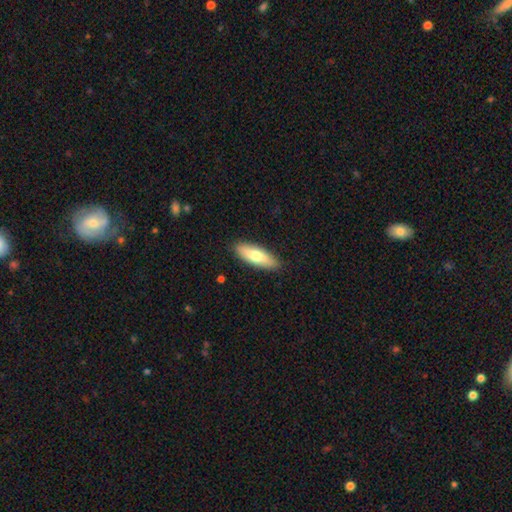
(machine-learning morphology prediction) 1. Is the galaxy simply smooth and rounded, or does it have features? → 69% smooth, 25% featured or disk, 6% star or artifact.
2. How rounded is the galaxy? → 59% in between, 39% cigar-shaped, 2% round.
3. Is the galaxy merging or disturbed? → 88% none, 9% minor disturbance, 2% major disturbance, 1% merger.